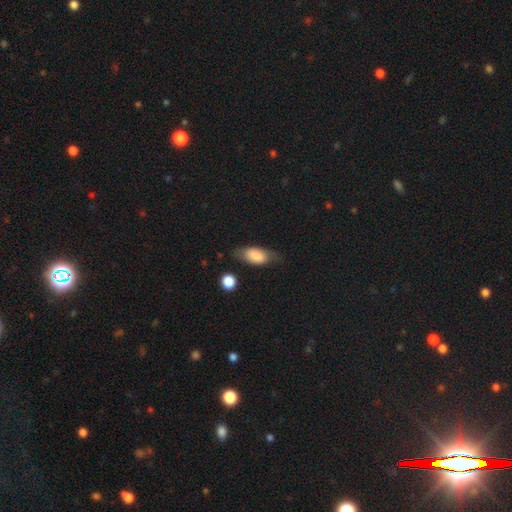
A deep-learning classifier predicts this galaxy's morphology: type=smooth (76%); roundness=in between (84%); merging=none (64%).